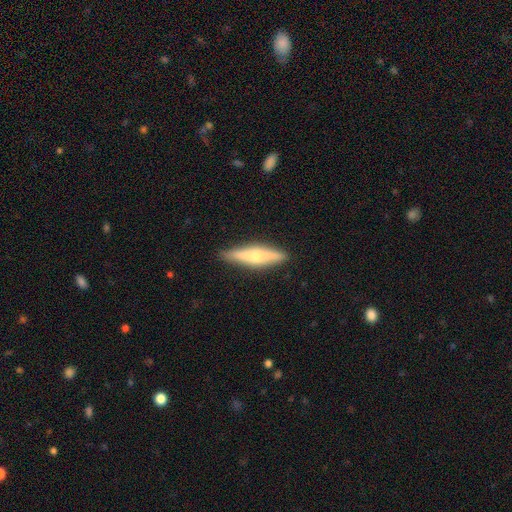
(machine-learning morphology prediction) Smooth or featured? Predicted: featured or disk (p=0.53). Edge-on disk? Predicted: yes (p=0.90). Merging? Predicted: none (p=0.87).